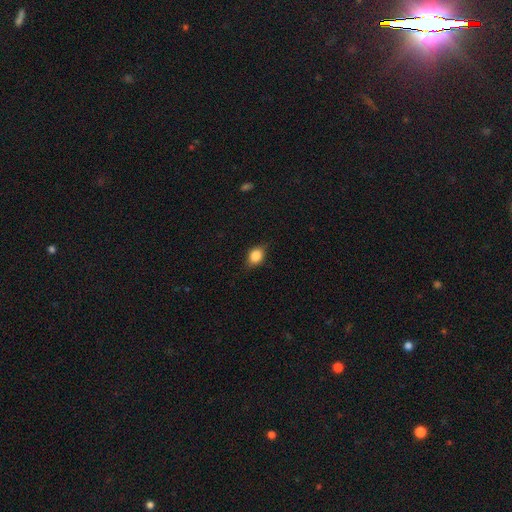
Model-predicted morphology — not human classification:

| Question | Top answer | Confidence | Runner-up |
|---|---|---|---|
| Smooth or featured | smooth | 82% | featured or disk (9%) |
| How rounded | in between | 58% | round (40%) |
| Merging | none | 76% | minor disturbance (19%) |